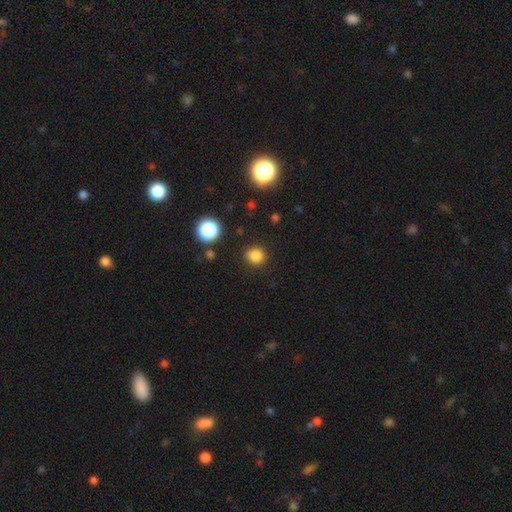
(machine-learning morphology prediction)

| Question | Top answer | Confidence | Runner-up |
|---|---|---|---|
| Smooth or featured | smooth | 83% | star or artifact (13%) |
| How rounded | round | 82% | in between (17%) |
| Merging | none | 86% | minor disturbance (9%) |